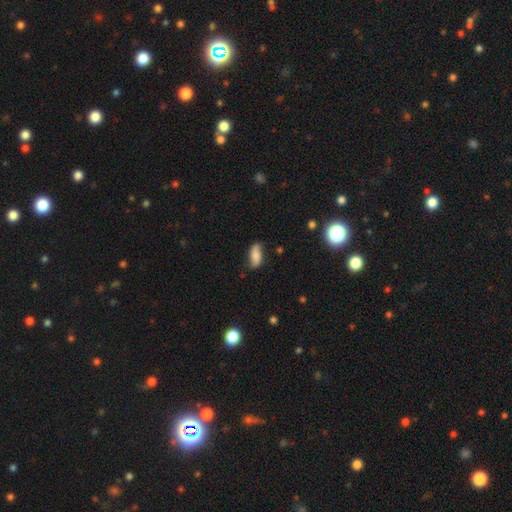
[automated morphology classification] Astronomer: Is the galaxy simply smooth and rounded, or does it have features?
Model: smooth — 62%.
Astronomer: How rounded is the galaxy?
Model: in between — 83%.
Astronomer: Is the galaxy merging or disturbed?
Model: none — 72%.